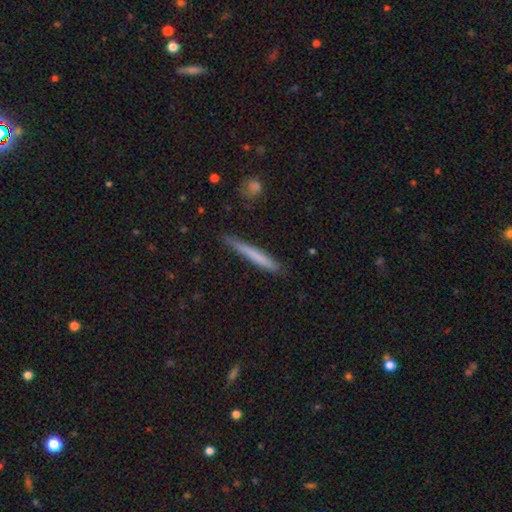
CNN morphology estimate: This is likely a smooth galaxy (68%). How rounded: clearly cigar-shaped (96%). Merging: clearly none (82%).